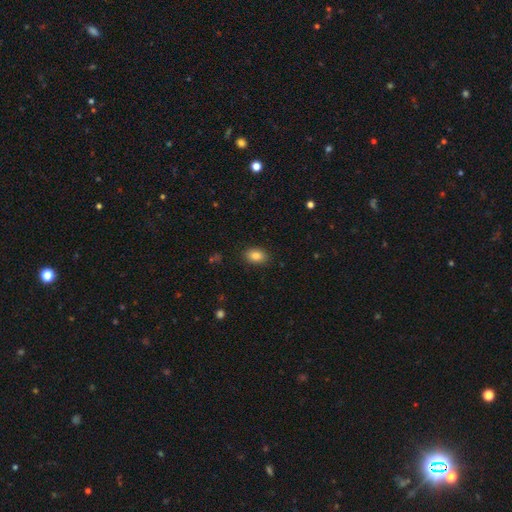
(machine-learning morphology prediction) A smooth galaxy with no disk features (86%) that is in between round and cigar-shaped (82%).

Vote fractions:
- Smooth or featured? smooth: 86% / star or artifact: 9% / featured or disk: 5%
- How rounded? in between: 82% / round: 17% / cigar-shaped: 1%
- Merging? none: 88% / minor disturbance: 9% / major disturbance: 2% / merger: 1%